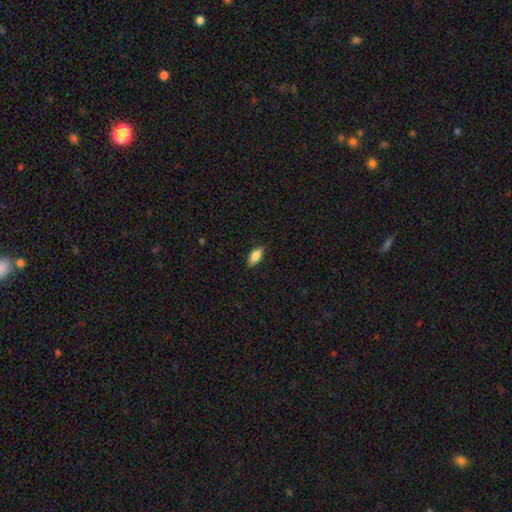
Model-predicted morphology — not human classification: This appears to be a smooth galaxy with no disk features (83%) that is in between round and cigar-shaped (83%). Merging: none (87%).